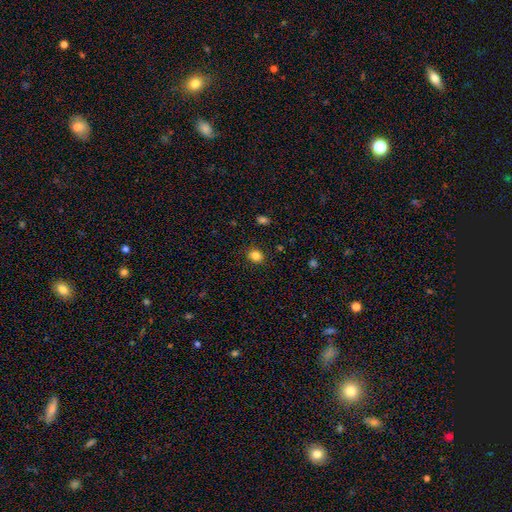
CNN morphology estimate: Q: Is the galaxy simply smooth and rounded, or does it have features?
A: smooth — 84%.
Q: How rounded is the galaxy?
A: round — 67%.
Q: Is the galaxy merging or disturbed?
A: none — 89%.